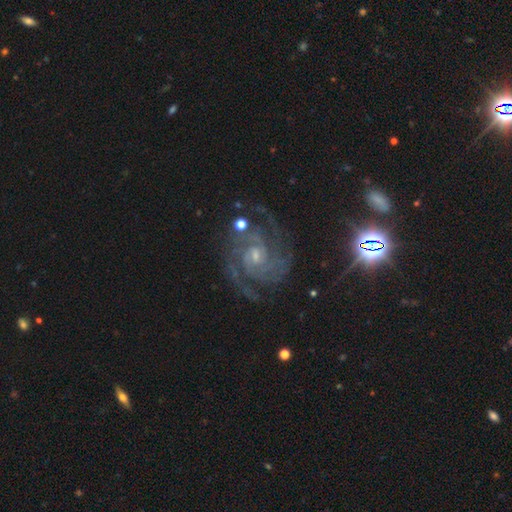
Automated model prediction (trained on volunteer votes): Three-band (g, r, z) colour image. It shows a featured or disk galaxy (89%) with no bar (54%), 2 (39%) tight (54%) spiral arms (98%) and a small central bulge (68%). Merging: none (72%).